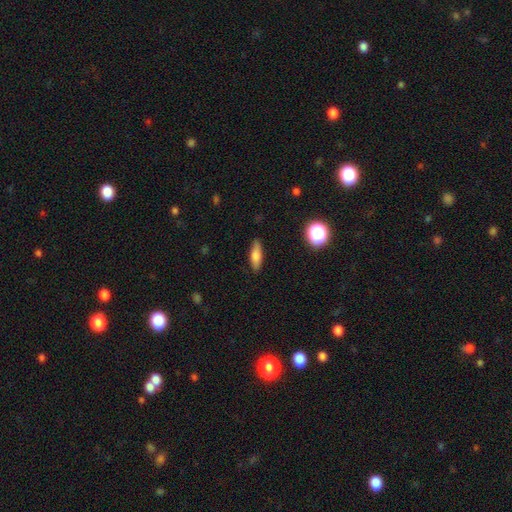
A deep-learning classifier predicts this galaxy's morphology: type=smooth (75%); roundness=in between (51%); merging=none (85%).